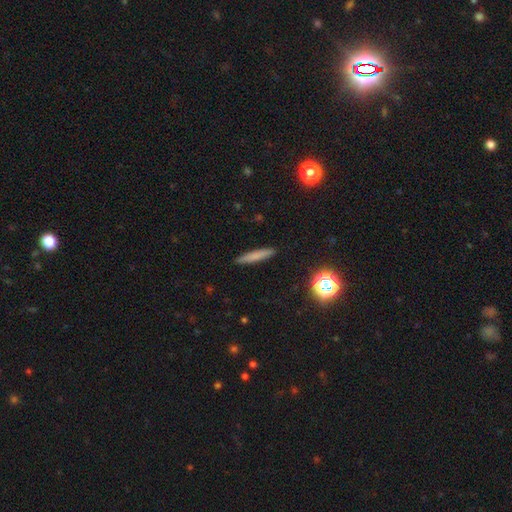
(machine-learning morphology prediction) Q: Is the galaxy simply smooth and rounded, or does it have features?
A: smooth — 72%.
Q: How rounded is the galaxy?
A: cigar-shaped — 91%.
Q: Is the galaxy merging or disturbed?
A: none — 89%.